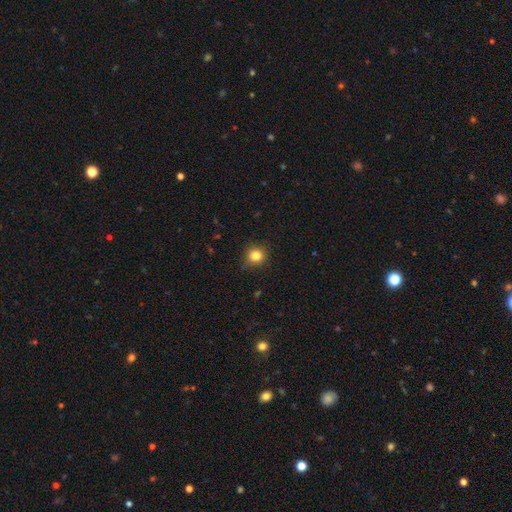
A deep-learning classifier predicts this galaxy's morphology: smooth-or-featured: smooth: 83% | star or artifact: 12% | featured or disk: 5%
  how-rounded: round: 91% | in between: 8% | cigar-shaped: 1%
  merging: none: 88% | minor disturbance: 9% | major disturbance: 2% | merger: 1%